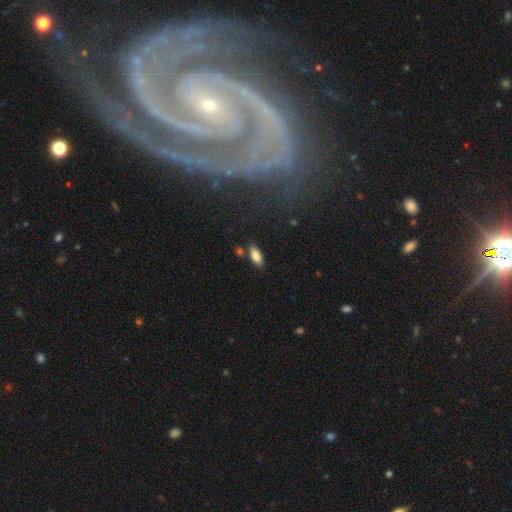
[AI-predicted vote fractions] smooth-or-featured: smooth: 82% | featured or disk: 11% | star or artifact: 7%
  how-rounded: in between: 81% | cigar-shaped: 17% | round: 2%
  merging: none: 81% | minor disturbance: 11% | merger: 5% | major disturbance: 2%